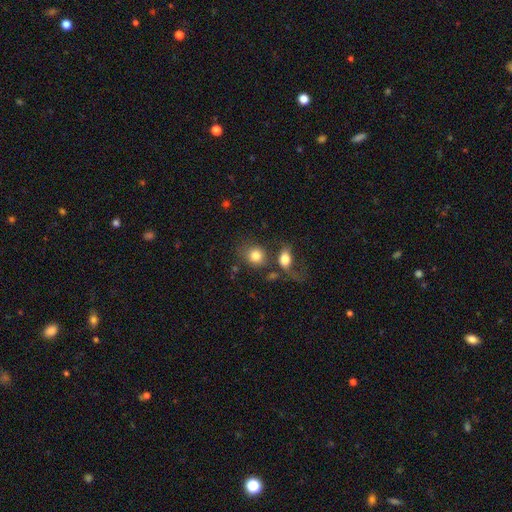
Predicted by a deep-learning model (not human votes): smooth_or_featured: smooth (p=0.81) [alt: star or artifact p=0.09]
how_rounded: round (p=0.71) [alt: in between p=0.28]
merging: none (p=0.49) [alt: merger p=0.25]